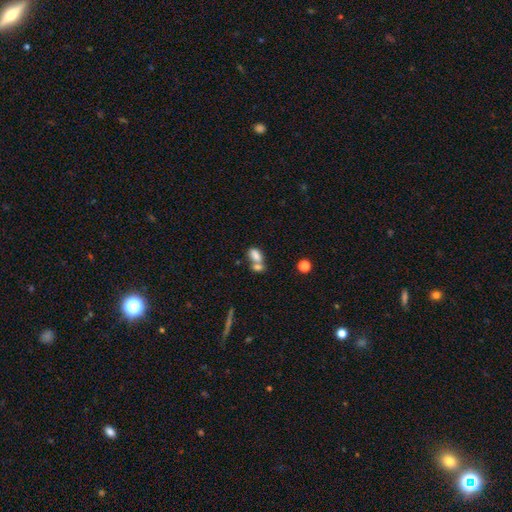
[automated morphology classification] The model was most divided on "merging": merger: 58%, none: 29%, minor disturbance: 9%, major disturbance: 4%. More confident: how rounded — in between (86%); smooth or featured — smooth (79%).